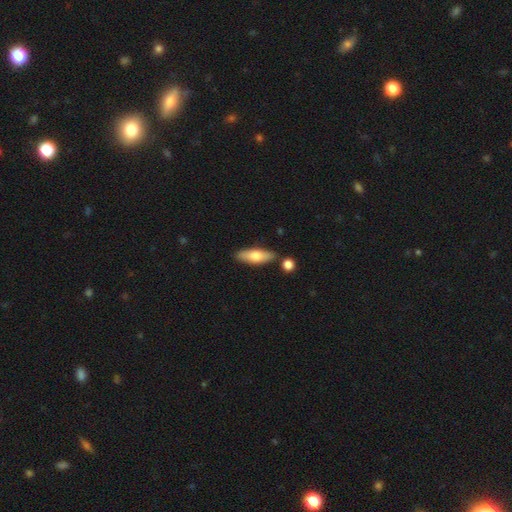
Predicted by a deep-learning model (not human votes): Morphology: type=smooth (68%); roundness=in between (51%); merging=none (80%).